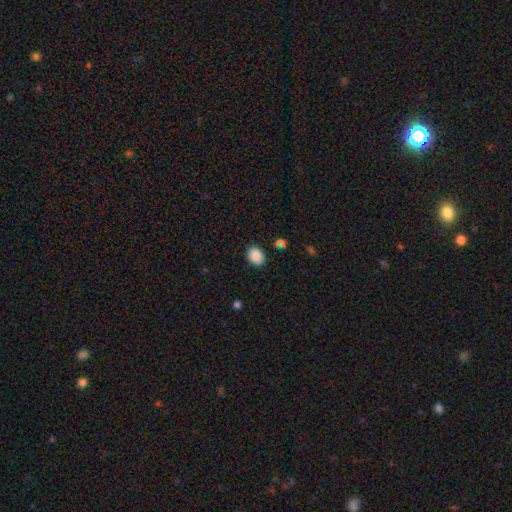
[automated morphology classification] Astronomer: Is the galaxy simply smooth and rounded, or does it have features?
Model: smooth — 87%.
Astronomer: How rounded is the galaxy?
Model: in between — 64%.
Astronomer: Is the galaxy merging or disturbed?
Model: none — 86%.